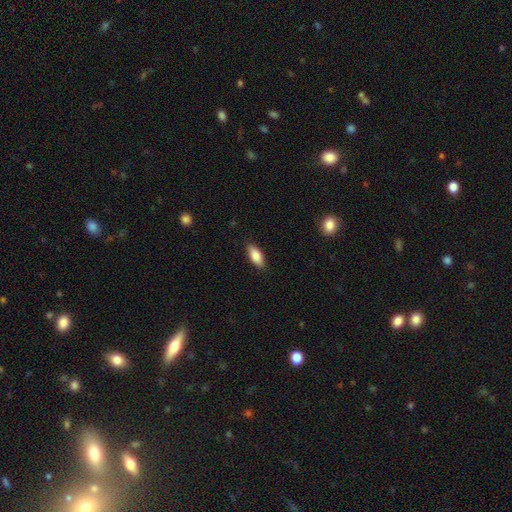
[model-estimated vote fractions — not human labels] smooth_or_featured: smooth (p=0.84) [alt: featured or disk p=0.10]
how_rounded: in between (p=0.83) [alt: cigar-shaped p=0.14]
merging: none (p=0.87) [alt: minor disturbance p=0.10]